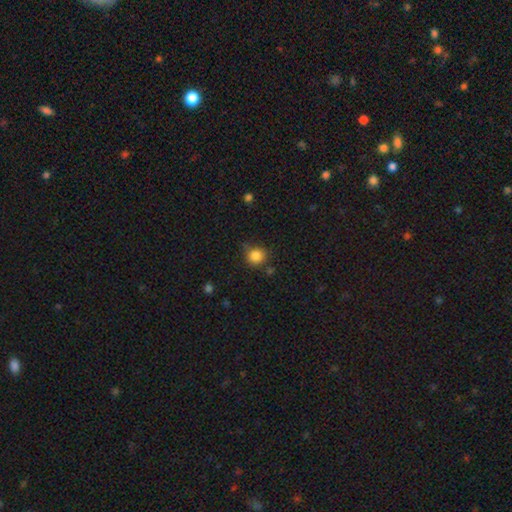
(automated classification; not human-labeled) smooth_or_featured: smooth (p=0.85) [alt: star or artifact p=0.11]
how_rounded: round (p=0.89) [alt: in between p=0.10]
merging: none (p=0.74) [alt: minor disturbance p=0.17]